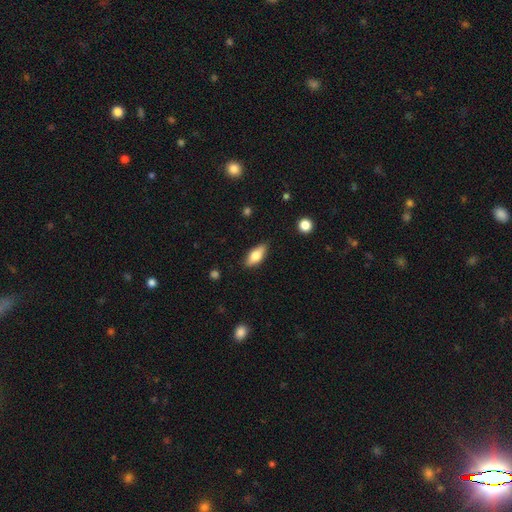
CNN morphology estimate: smooth_or_featured: smooth (p=0.64) [alt: featured or disk p=0.30]
how_rounded: in between (p=0.76) [alt: cigar-shaped p=0.20]
merging: none (p=0.86) [alt: minor disturbance p=0.11]